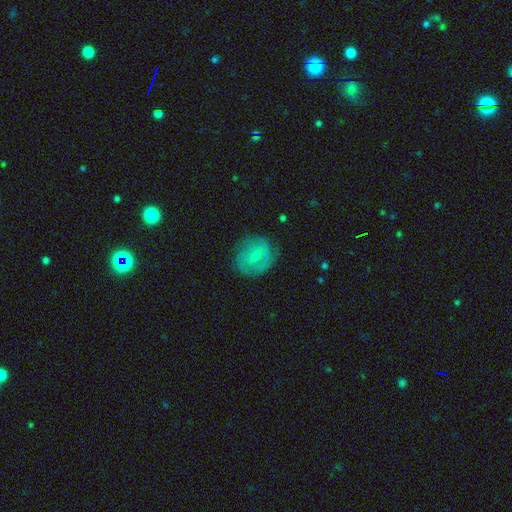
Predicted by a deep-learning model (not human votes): A smooth galaxy with no disk features (53%) that is round (75%). Merging: none (74%).